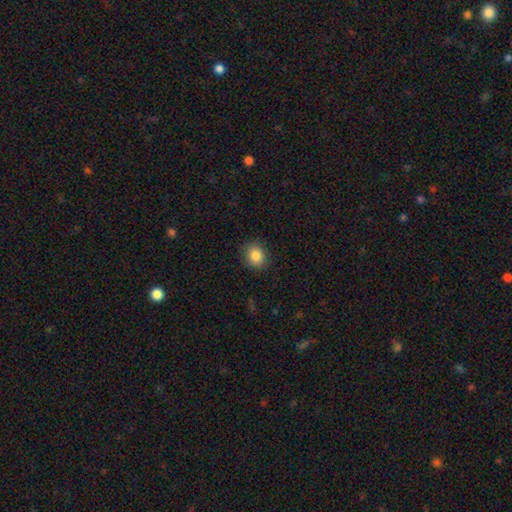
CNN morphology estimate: A smooth galaxy with no disk features (84%) that is round (70%).

Vote fractions:
- Smooth or featured? smooth: 84% / star or artifact: 10% / featured or disk: 6%
- How rounded? round: 70% / in between: 29% / cigar-shaped: 1%
- Merging? none: 87% / minor disturbance: 9% / major disturbance: 3% / merger: 1%